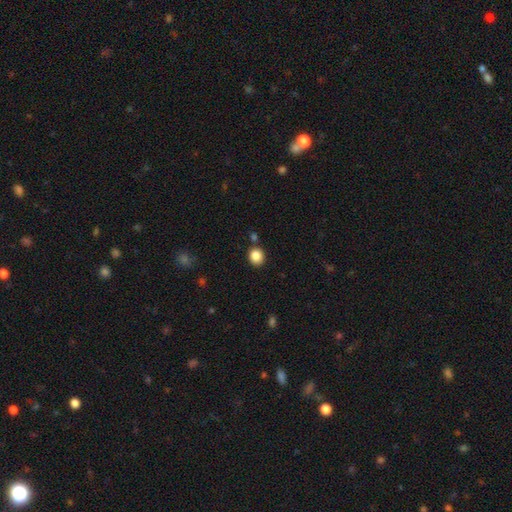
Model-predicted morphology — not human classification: Overall: smooth (86%). How rounded: round (79%). Merging: none (84%).